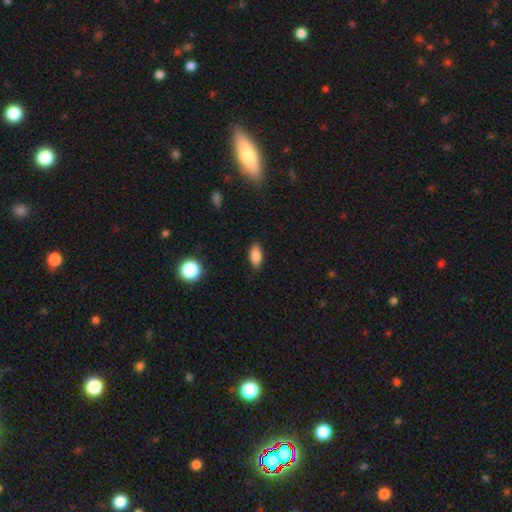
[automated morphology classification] smooth_or_featured: smooth (p=0.86) [alt: star or artifact p=0.08]
how_rounded: in between (p=0.86) [alt: cigar-shaped p=0.10]
merging: none (p=0.86) [alt: minor disturbance p=0.11]